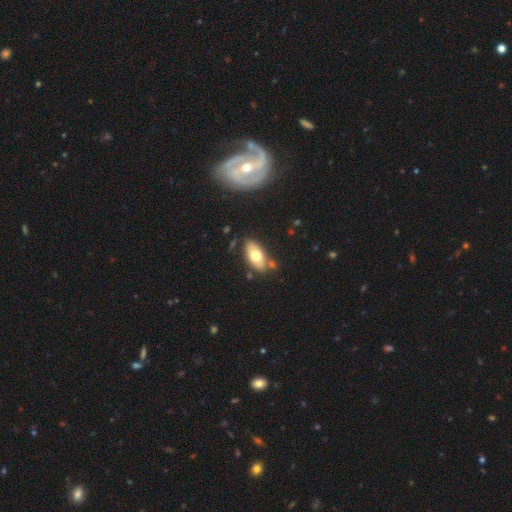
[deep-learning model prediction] A smooth galaxy with no disk features (68%) that is in between round and cigar-shaped (90%). Merging: none (75%).